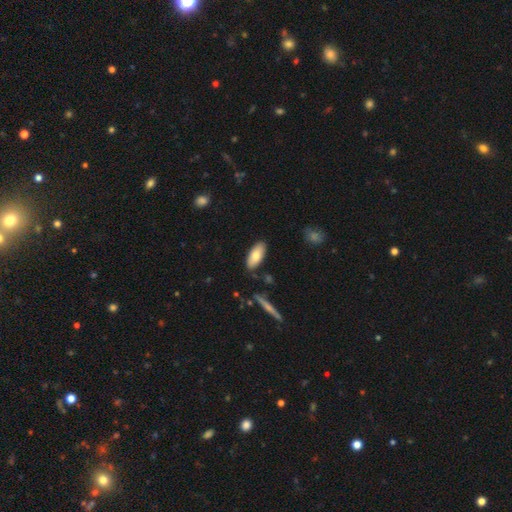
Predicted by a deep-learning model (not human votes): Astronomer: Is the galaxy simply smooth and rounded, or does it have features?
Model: smooth — 77%.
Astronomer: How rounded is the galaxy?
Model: in between — 87%.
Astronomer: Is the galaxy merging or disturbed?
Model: none — 85%.